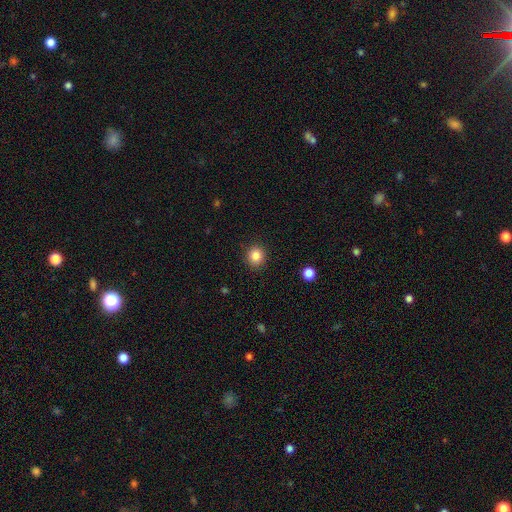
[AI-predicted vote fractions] The model was most divided on "how rounded": round: 84%, in between: 15%, cigar-shaped: 1%. More confident: merging — none (90%); smooth or featured — smooth (84%).